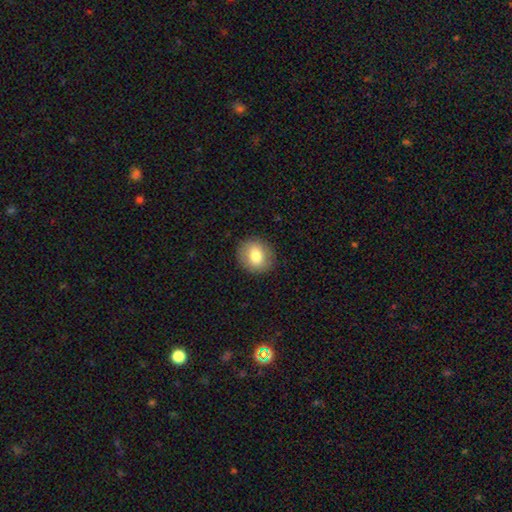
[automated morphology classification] The model was most divided on "how rounded": round: 69%, in between: 30%, cigar-shaped: 1%. More confident: merging — none (88%); smooth or featured — smooth (80%).